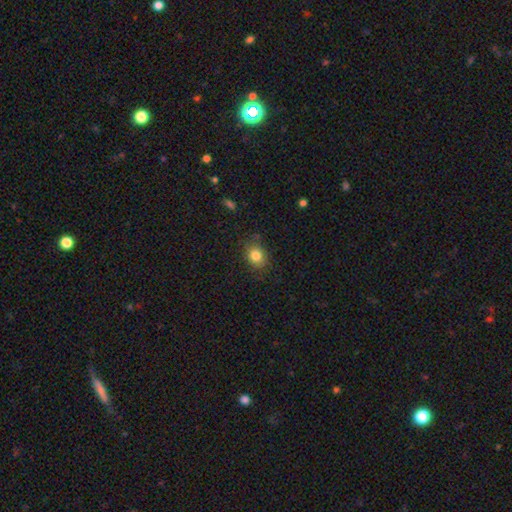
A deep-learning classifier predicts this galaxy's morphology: Smooth or featured?
  - smooth: 82% *
  - star or artifact: 11%
  - featured or disk: 7%
How rounded?
  - round: 59% *
  - in between: 40%
  - cigar-shaped: 1%
Merging?
  - none: 80% *
  - minor disturbance: 15%
  - major disturbance: 4%
  - merger: 2%